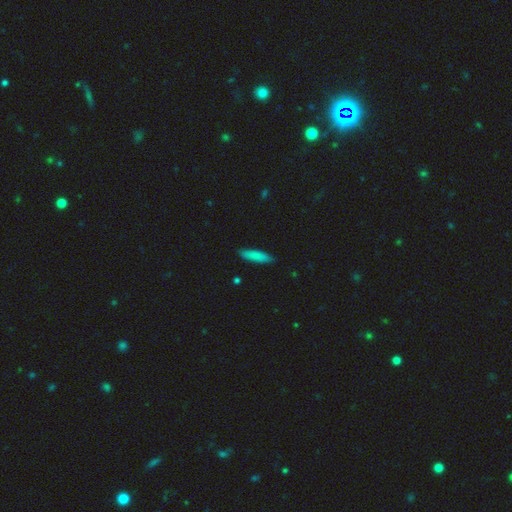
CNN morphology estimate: This is clearly a smooth galaxy (84%). How rounded: likely cigar-shaped (73%). Merging: clearly none (87%).